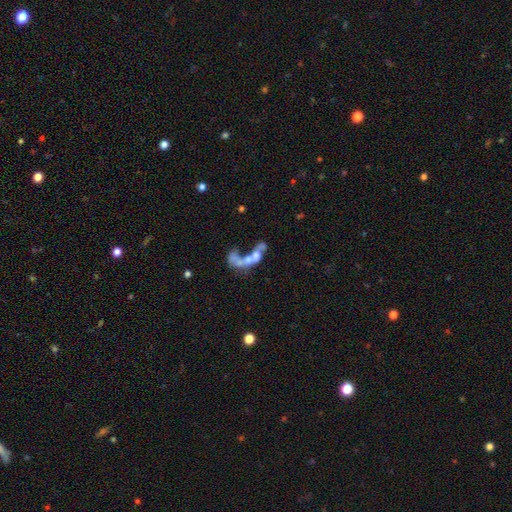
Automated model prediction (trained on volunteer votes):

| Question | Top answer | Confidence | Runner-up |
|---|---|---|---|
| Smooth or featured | featured or disk | 53% | smooth (34%) |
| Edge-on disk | no | 95% | yes (5%) |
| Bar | no | 87% | weak (9%) |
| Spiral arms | no | 87% | yes (13%) |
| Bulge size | none | 48% | moderate (24%) |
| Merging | merger | 64% | major disturbance (19%) |